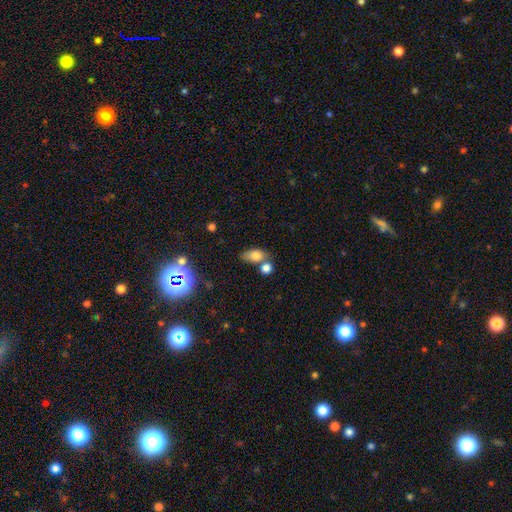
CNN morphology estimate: The model was most divided on "merging": none: 47%, merger: 32%, minor disturbance: 15%, major disturbance: 6%. More confident: how rounded — in between (81%); smooth or featured — smooth (78%).